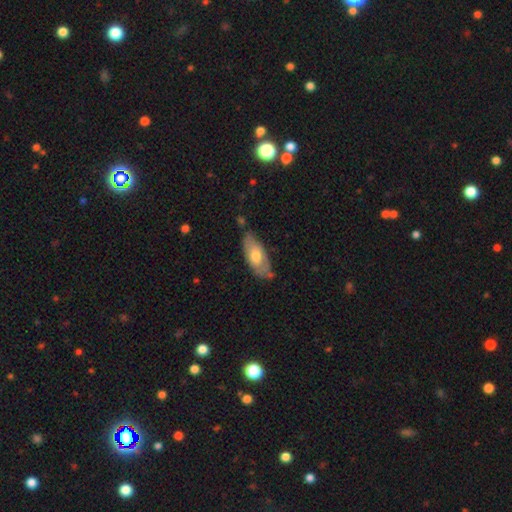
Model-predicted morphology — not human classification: type=smooth (58%); roundness=in between (85%); merging=none (62%).